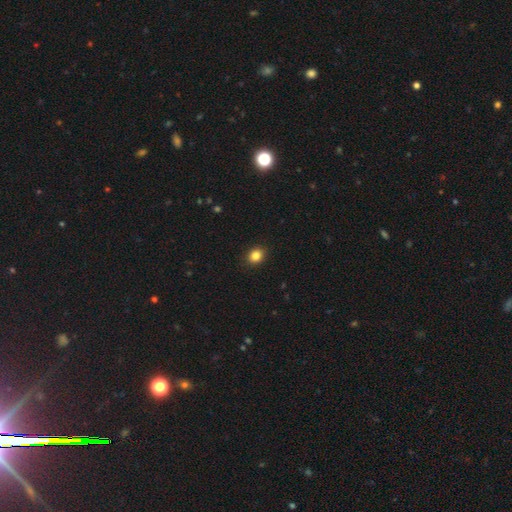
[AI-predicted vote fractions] This appears to be a smooth galaxy with no disk features (85%) that is round (63%). Merging: none (90%).